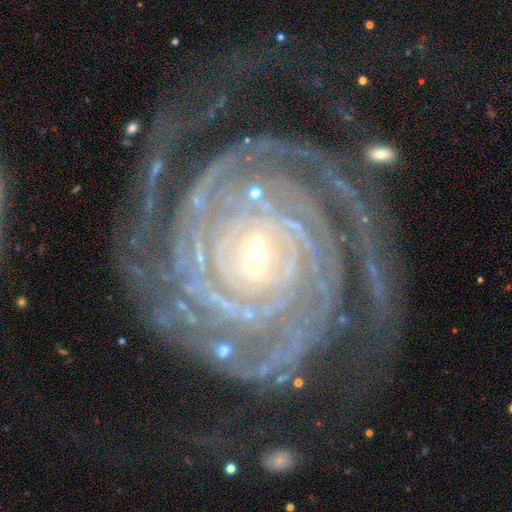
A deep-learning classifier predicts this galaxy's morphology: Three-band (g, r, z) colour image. It shows a featured or disk galaxy (93%) with no bar (37%), 2 (38%) tight (86%) spiral arms (99%) and a small central bulge (75%). Merging: none (70%).